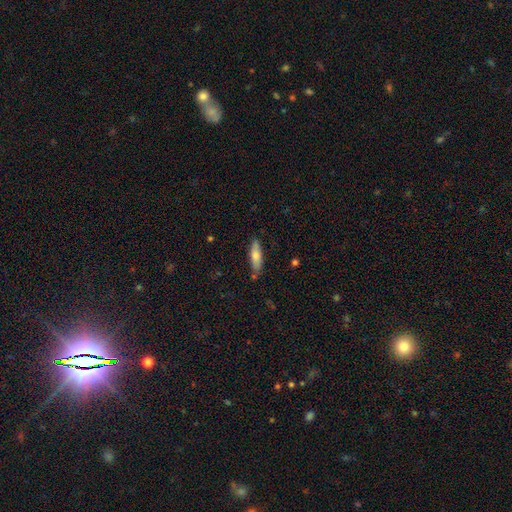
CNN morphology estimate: Q: Smooth or featured?
A: smooth (70%); runner-up: featured or disk (24%)
Q: How rounded?
A: cigar-shaped (60%); runner-up: in between (38%)
Q: Merging?
A: none (80%); runner-up: minor disturbance (14%)